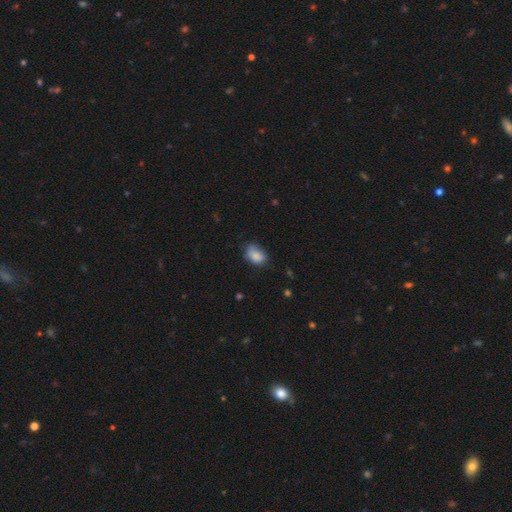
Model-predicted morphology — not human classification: This appears to be a smooth galaxy with no disk features (82%) that is in between round and cigar-shaped (77%). Merging: none (52%).